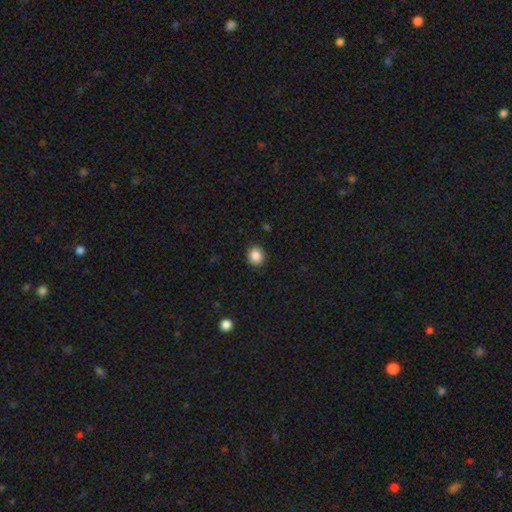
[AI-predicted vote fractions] Overall: smooth (87%). How rounded: round (79%). Merging: none (91%).